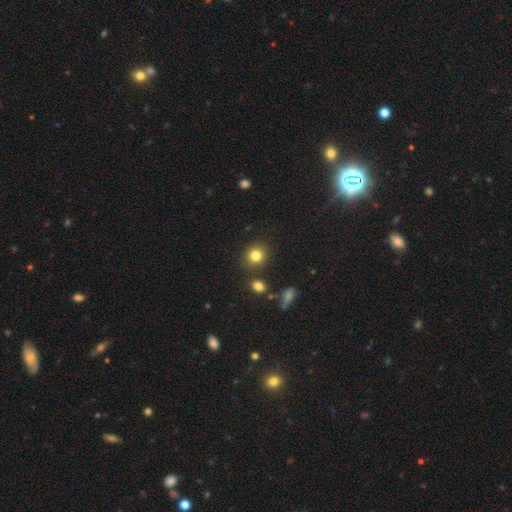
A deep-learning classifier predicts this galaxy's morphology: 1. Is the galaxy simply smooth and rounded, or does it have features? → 82% smooth, 11% star or artifact, 7% featured or disk.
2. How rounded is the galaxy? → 79% round, 20% in between, 1% cigar-shaped.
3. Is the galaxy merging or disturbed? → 83% none, 8% minor disturbance, 6% merger, 3% major disturbance.